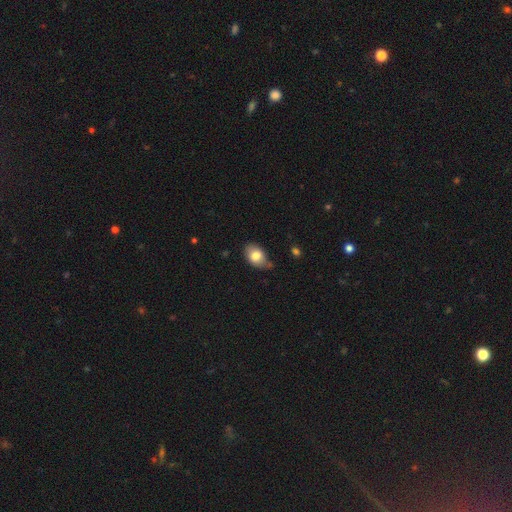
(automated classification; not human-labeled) This is likely a smooth galaxy (80%). How rounded: likely in between (78%). Merging: likely none (66%).